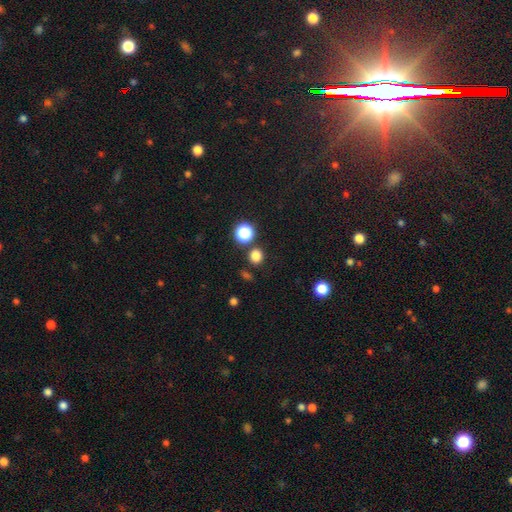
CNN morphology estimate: A smooth galaxy with no disk features (78%) that is round (85%). Merging: none (83%).